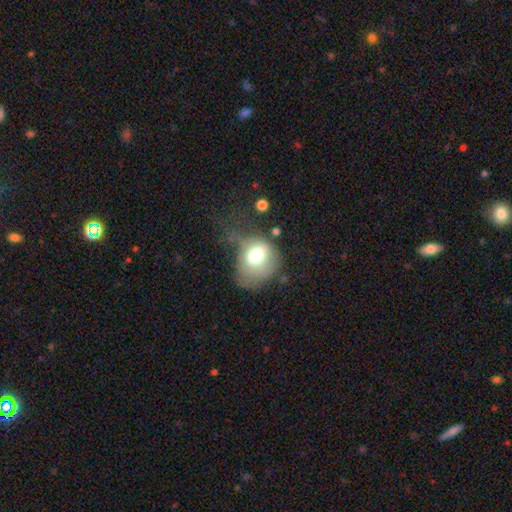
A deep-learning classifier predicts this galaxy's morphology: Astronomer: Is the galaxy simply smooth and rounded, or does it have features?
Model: smooth — 69%.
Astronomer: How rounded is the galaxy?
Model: round — 66%.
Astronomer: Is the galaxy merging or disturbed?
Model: major disturbance — 40% (runner-up: minor disturbance, 29%).